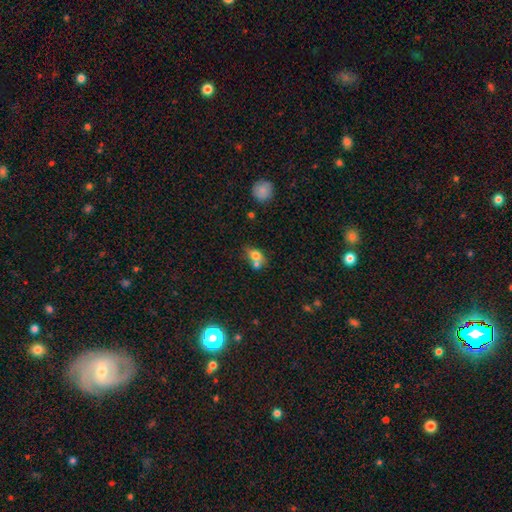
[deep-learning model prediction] Smooth or featured: smooth — 73% (featured or disk — 16%)
How rounded: in between — 56% (round — 41%)
Merging: merger — 48% (none — 34%)